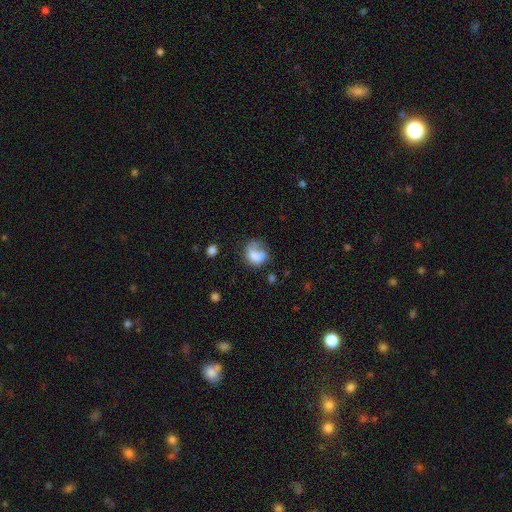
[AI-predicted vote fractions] smooth 65%, featured or disk 26%, star or artifact 9%. Down the decision tree: how rounded — in between (49%, tied with round); merging — major disturbance (35%).